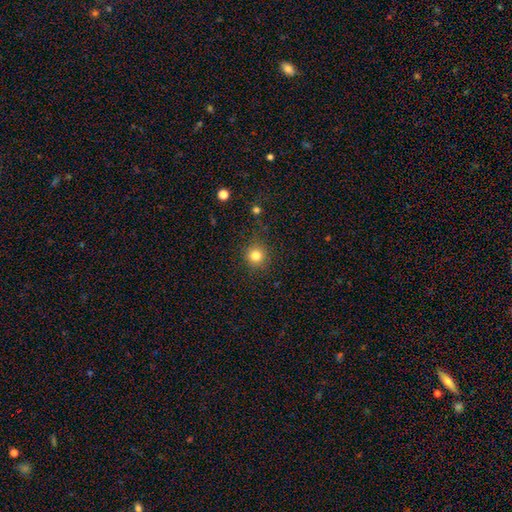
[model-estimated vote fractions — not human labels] Smooth or featured?
  - smooth: 82% *
  - star or artifact: 13%
  - featured or disk: 6%
How rounded?
  - round: 93% *
  - in between: 6%
  - cigar-shaped: 1%
Merging?
  - none: 86% *
  - minor disturbance: 9%
  - major disturbance: 3%
  - merger: 2%